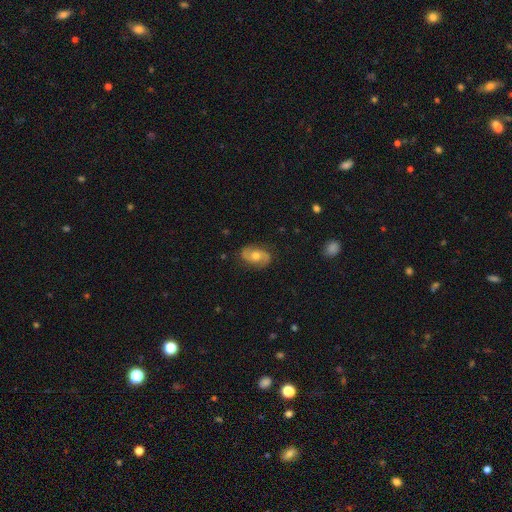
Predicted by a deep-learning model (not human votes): Smooth or featured?
  - featured or disk: 74% *
  - smooth: 19%
  - star or artifact: 7%
Edge-on disk?
  - no: 97% *
  - yes: 3%
Bar?
  - no: 64% *
  - weak: 29%
  - strong: 7%
Spiral arms?
  - yes: 92% *
  - no: 8%
Spiral winding?
  - medium: 44% *
  - loose: 38%
  - tight: 18%
Spiral arm count?
  - 2: 92% *
  - can't tell: 4%
  - 1: 2%
  - 3: 1%
  - 4: 1%
  - more than 4: 1%
Bulge size?
  - moderate: 72% *
  - small: 20%
  - large: 6%
  - none: 1%
  - dominant: 1%
Merging?
  - none: 82% *
  - minor disturbance: 13%
  - major disturbance: 4%
  - merger: 1%